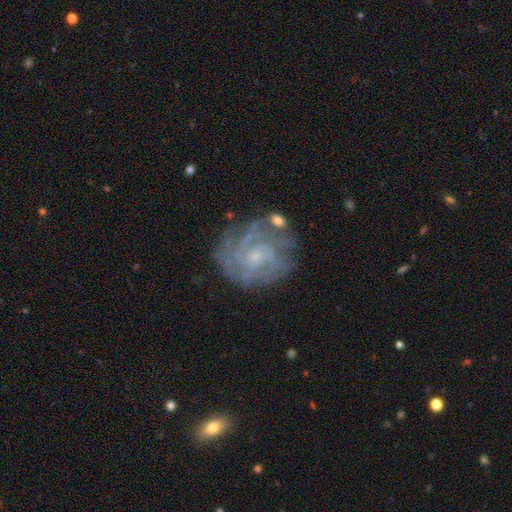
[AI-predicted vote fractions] This appears to be a featured or disk galaxy (81%) with no bar (60%), tight (63%) spiral arms (92%) and a small central bulge (67%). Merging: none (71%).